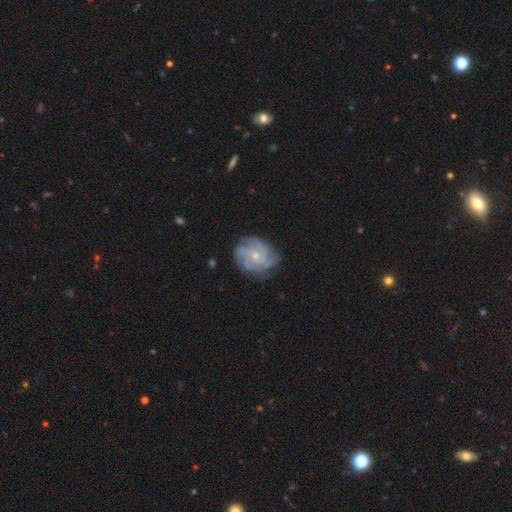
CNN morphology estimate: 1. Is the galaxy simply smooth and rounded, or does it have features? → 82% featured or disk, 10% smooth, 7% star or artifact.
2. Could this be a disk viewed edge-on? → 98% no, 2% yes.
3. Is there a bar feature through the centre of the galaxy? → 75% no, 21% weak, 3% strong.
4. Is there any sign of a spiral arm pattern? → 96% yes, 4% no.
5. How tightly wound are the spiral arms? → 54% tight, 37% medium, 9% loose.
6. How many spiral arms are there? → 34% 4, 22% can't tell, 18% 3, 12% more than 4, 8% 2, 7% 1.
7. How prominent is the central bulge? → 62% small, 34% moderate, 2% none, 1% large, 1% dominant.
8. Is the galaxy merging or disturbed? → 77% none, 17% minor disturbance, 6% major disturbance, 1% merger.